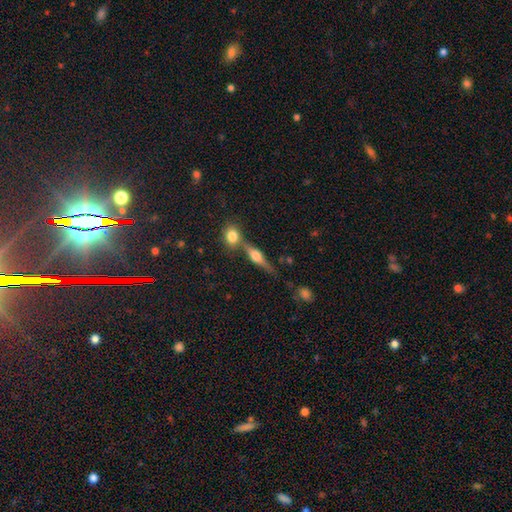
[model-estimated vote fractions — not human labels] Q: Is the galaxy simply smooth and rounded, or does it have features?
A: featured or disk — 66%.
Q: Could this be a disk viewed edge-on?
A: yes — 95%.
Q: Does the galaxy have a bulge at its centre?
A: rounded — 92%.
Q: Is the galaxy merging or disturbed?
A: none — 64%.